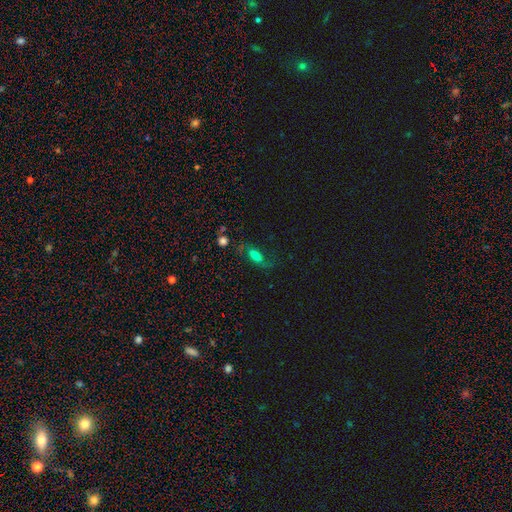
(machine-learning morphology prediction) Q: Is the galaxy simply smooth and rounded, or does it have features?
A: smooth — 44%.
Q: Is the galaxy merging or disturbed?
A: none — 60%.